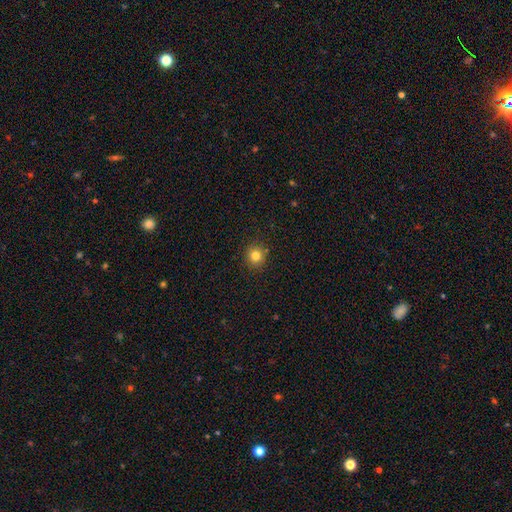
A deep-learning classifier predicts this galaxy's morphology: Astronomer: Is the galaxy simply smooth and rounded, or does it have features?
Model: smooth — 82%.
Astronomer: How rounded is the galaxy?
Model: round — 93%.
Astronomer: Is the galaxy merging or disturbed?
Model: none — 90%.